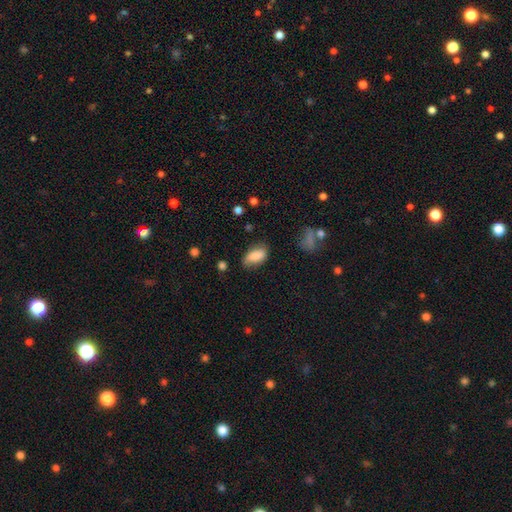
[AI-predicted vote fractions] Smooth or featured? Predicted: smooth (p=0.84). How rounded? Predicted: in between (p=0.92). Merging? Predicted: none (p=0.64).